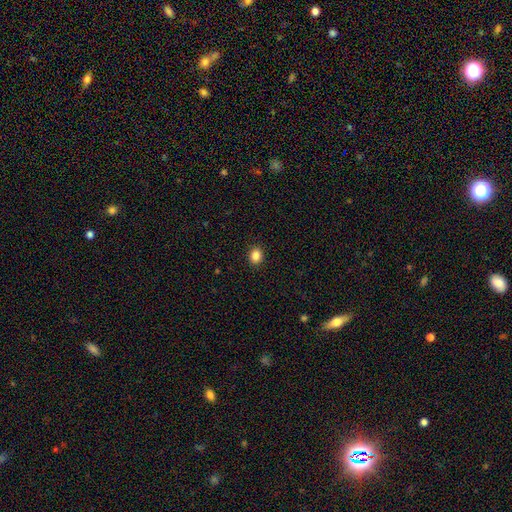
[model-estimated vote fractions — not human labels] Smooth or featured?
  - smooth: 85% *
  - star or artifact: 11%
  - featured or disk: 4%
How rounded?
  - round: 63% *
  - in between: 36%
  - cigar-shaped: 1%
Merging?
  - none: 92% *
  - minor disturbance: 6%
  - major disturbance: 2%
  - merger: 1%